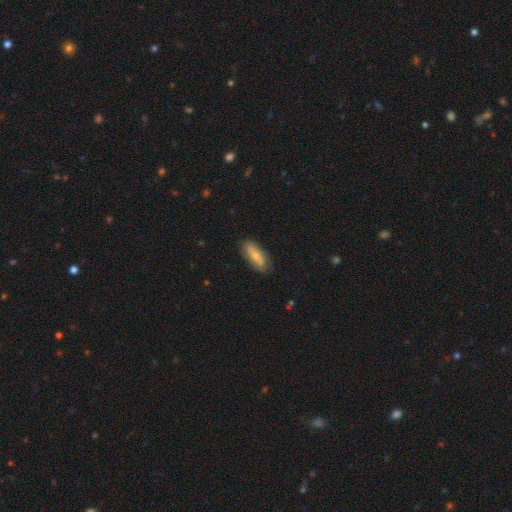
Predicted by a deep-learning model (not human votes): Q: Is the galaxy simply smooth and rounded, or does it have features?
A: smooth — 59%.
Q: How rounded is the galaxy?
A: in between — 62%.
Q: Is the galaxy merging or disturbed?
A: none — 75%.